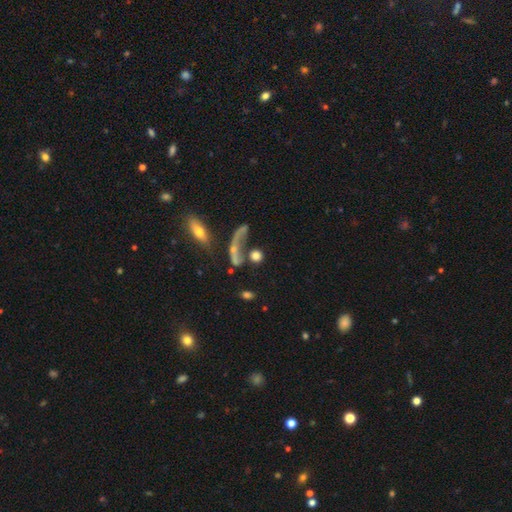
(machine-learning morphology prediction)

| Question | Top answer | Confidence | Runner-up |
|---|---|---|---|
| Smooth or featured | smooth | 64% | featured or disk (23%) |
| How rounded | round | 68% | in between (23%) |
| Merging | none | 37% | merger (30%) |